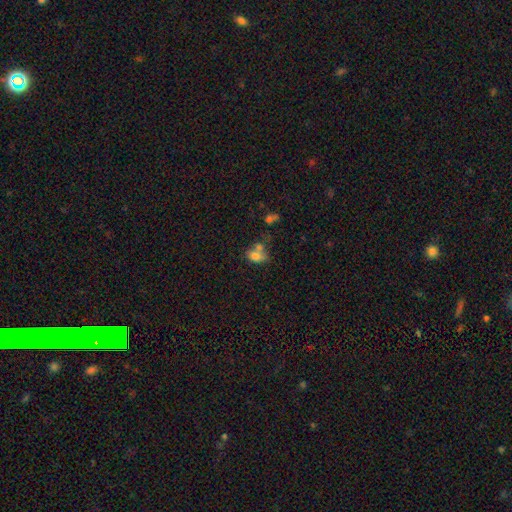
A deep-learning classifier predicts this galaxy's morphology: Smooth or featured: smooth — 72% (featured or disk — 16%)
How rounded: in between — 75% (round — 23%)
Merging: merger — 47% (none — 29%)